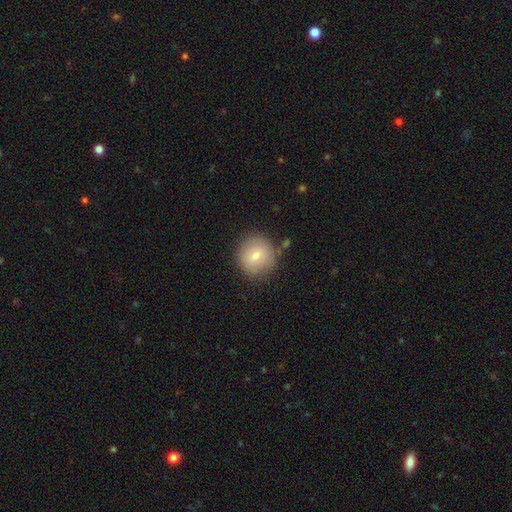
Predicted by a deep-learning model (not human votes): smooth_or_featured: smooth (p=0.75) [alt: featured or disk p=0.16]
how_rounded: round (p=0.91) [alt: in between p=0.08]
merging: none (p=0.81) [alt: minor disturbance p=0.12]